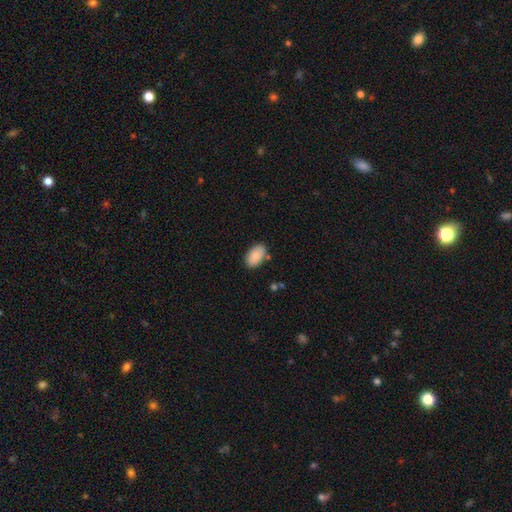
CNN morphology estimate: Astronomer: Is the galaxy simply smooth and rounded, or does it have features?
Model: smooth — 88%.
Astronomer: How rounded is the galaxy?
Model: in between — 94%.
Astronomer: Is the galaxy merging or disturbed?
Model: none — 81%.